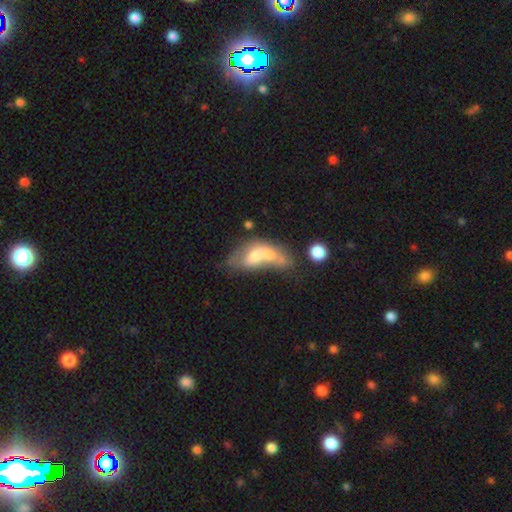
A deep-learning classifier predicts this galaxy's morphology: Smooth or featured?
  - smooth: 50% *
  - featured or disk: 41%
  - star or artifact: 9%
Merging?
  - merger: 70% *
  - major disturbance: 11%
  - none: 11%
  - minor disturbance: 7%